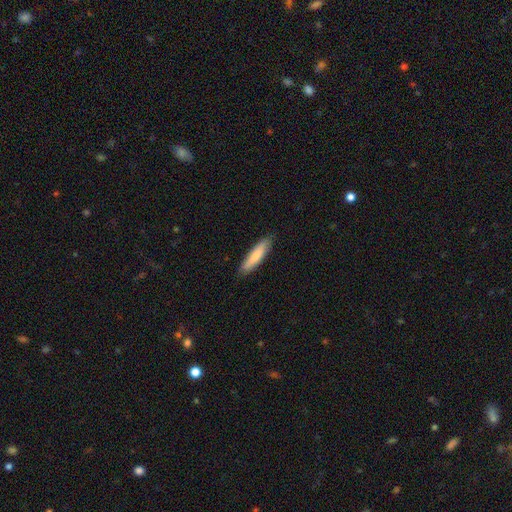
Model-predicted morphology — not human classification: Q: Smooth or featured?
A: smooth (77%); runner-up: featured or disk (18%)
Q: How rounded?
A: cigar-shaped (79%); runner-up: in between (19%)
Q: Merging?
A: none (86%); runner-up: minor disturbance (11%)